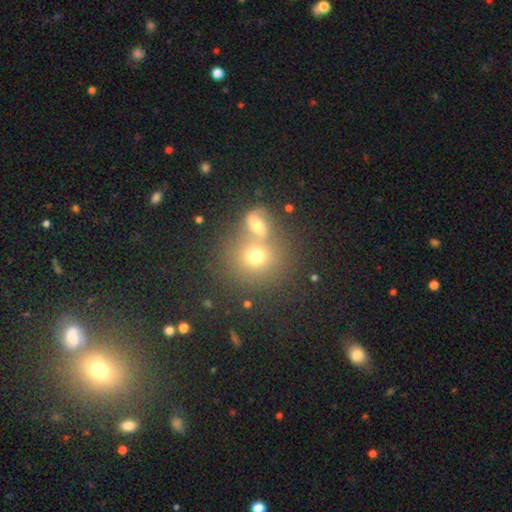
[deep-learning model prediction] The model was most divided on "merging": none: 47%, merger: 40%, minor disturbance: 9%, major disturbance: 5%. More confident: how rounded — round (81%); smooth or featured — smooth (69%).